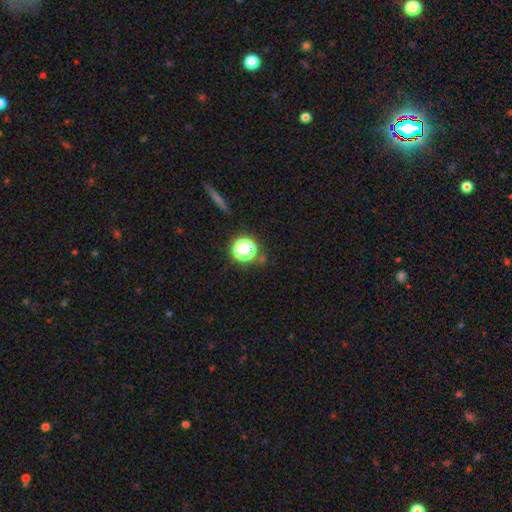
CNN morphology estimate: A star or artifact, not a galaxy (63%).